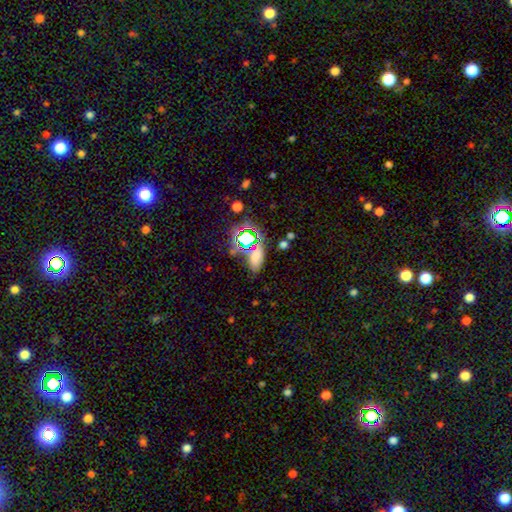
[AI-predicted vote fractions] smooth 61%, star or artifact 29%, featured or disk 10%. Down the decision tree: how rounded — in between (83%); merging — none (67%).